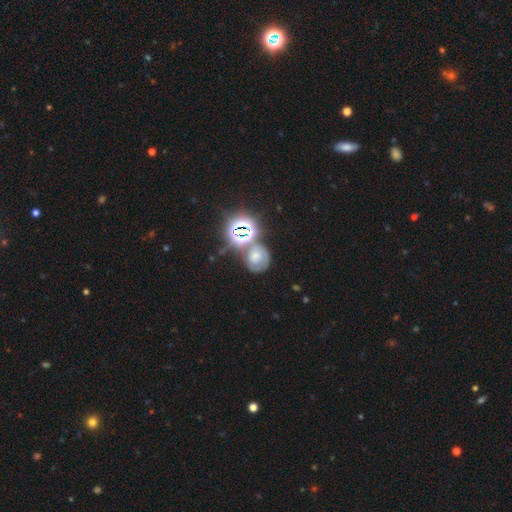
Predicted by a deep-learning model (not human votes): This is marginally a smooth galaxy (40%). Merging: possibly none (48%).